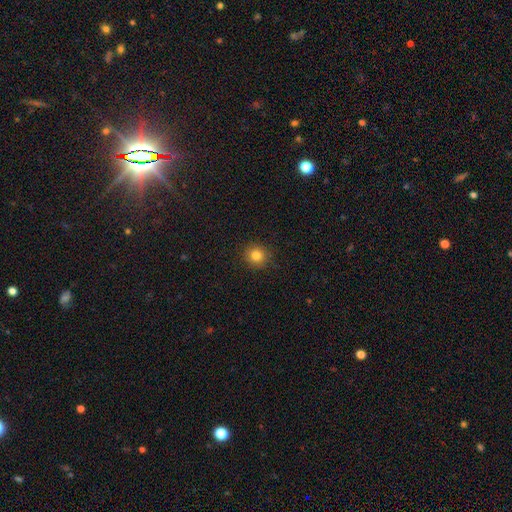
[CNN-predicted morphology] Smooth or featured: smooth — 82% (star or artifact — 12%)
How rounded: round — 89% (in between — 10%)
Merging: none — 90% (minor disturbance — 7%)